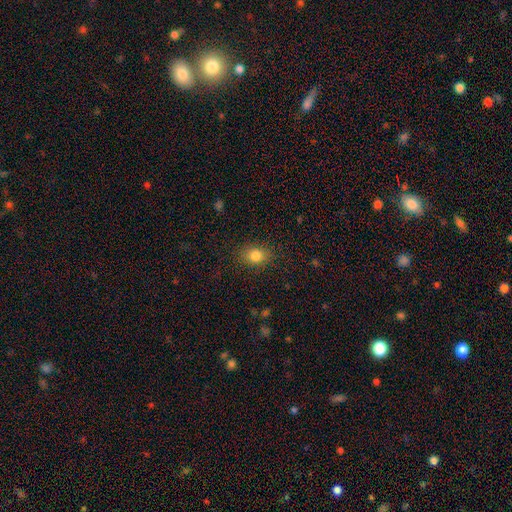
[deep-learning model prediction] smooth_or_featured: smooth (p=0.82) [alt: star or artifact p=0.11]
how_rounded: in between (p=0.54) [alt: round p=0.44]
merging: none (p=0.87) [alt: minor disturbance p=0.09]